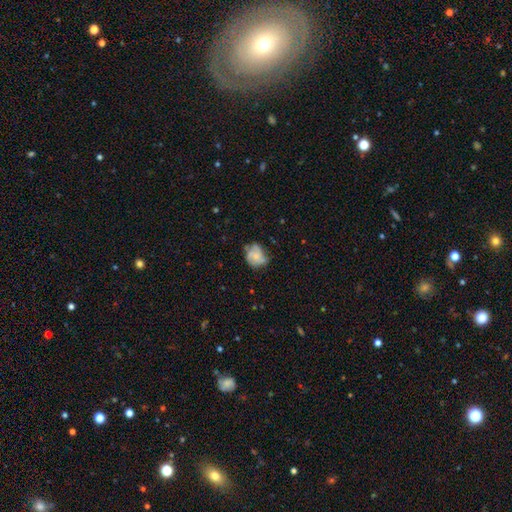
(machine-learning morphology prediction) Smooth or featured?
  - featured or disk: 50% *
  - smooth: 41%
  - star or artifact: 9%
Edge-on disk?
  - no: 98% *
  - yes: 2%
Merging?
  - none: 54% *
  - minor disturbance: 30%
  - major disturbance: 13%
  - merger: 3%